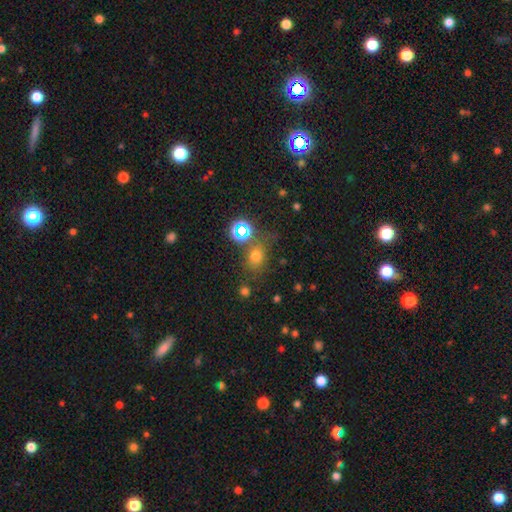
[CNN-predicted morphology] smooth 65%, star or artifact 26%, featured or disk 8%. Down the decision tree: how rounded — round (58%); merging — none (66%).